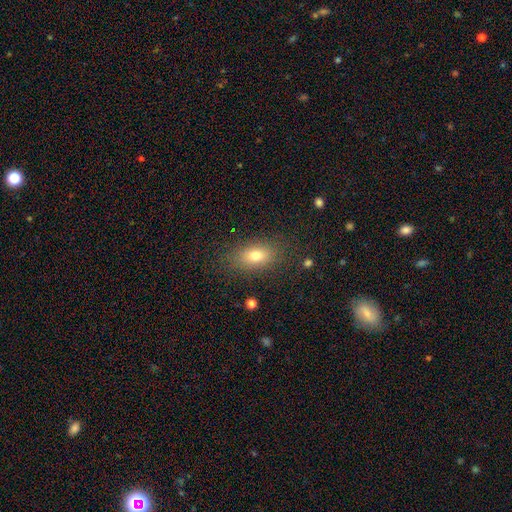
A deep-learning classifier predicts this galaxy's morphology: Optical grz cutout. It shows a smooth galaxy with no disk features (76%) that is in between round and cigar-shaped (82%). Merging: none (84%).